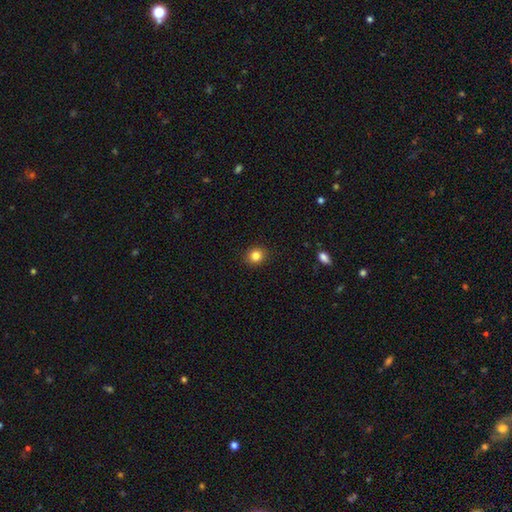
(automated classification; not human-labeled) smooth 84%, star or artifact 11%, featured or disk 5%. Down the decision tree: how rounded — round (81%); merging — none (91%).